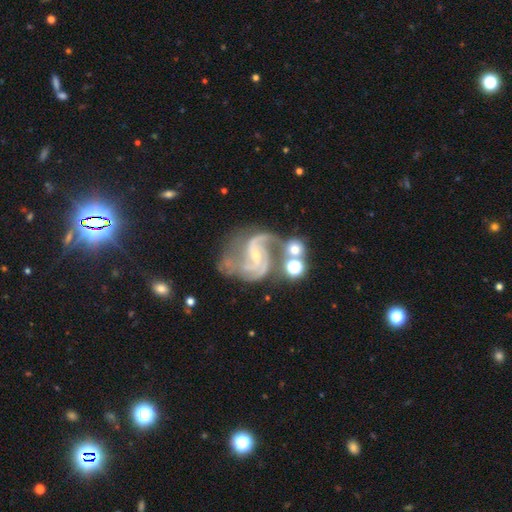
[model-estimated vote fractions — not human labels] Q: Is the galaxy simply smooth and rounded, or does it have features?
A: featured or disk — 90%.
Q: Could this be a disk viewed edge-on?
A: no — 98%.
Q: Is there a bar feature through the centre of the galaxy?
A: weak — 44%.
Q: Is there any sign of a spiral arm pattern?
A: yes — 98%.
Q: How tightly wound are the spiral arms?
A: medium — 57%.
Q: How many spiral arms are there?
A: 2 — 46%.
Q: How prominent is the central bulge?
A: small — 74%.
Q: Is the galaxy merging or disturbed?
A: none — 44%.